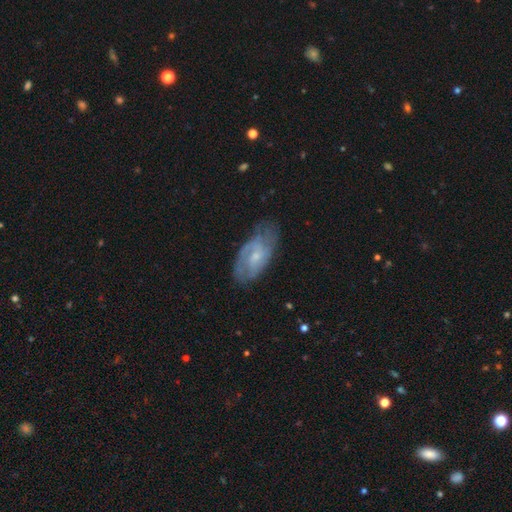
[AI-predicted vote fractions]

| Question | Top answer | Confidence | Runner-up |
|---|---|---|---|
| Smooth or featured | featured or disk | 65% | smooth (29%) |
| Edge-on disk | no | 94% | yes (6%) |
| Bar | no | 64% | weak (32%) |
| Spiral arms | yes | 79% | no (21%) |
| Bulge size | small | 64% | moderate (29%) |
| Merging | none | 61% | minor disturbance (27%) |